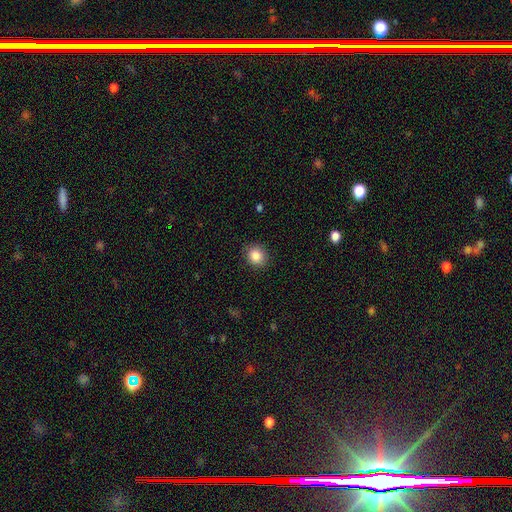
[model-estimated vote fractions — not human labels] Morphology: type=smooth (87%); roundness=round (79%); merging=none (88%).